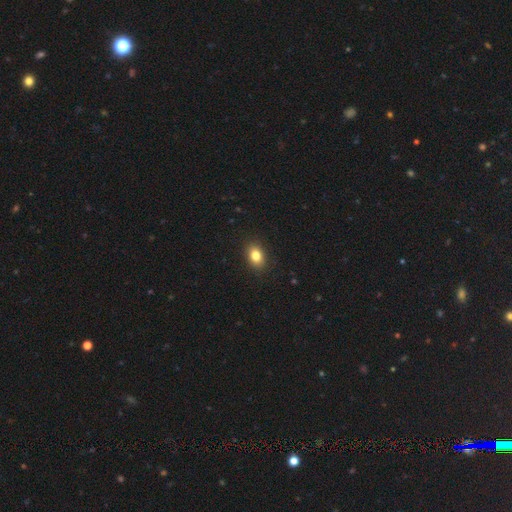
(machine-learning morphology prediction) Smooth or featured? smooth (83%)
How rounded? in between (76%)
Merging? none (89%)